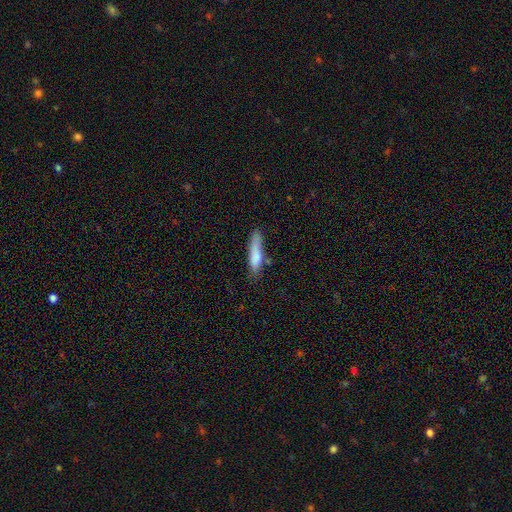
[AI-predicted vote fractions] Smooth or featured: smooth — 80% (featured or disk — 13%)
How rounded: cigar-shaped — 75% (in between — 23%)
Merging: none — 59% (minor disturbance — 27%)